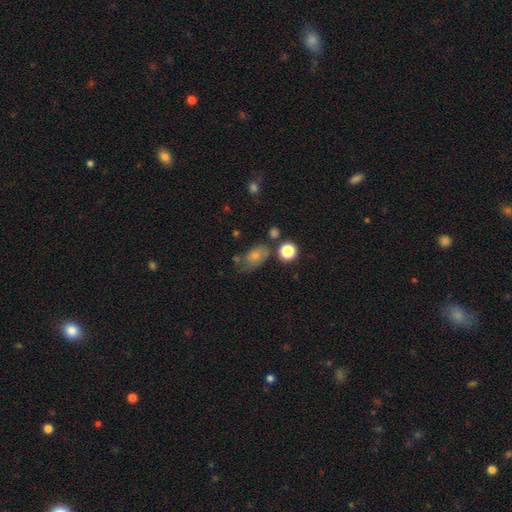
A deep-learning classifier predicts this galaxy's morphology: smooth 71%, featured or disk 18%, star or artifact 12%. Down the decision tree: how rounded — in between (84%); merging — none (49%).